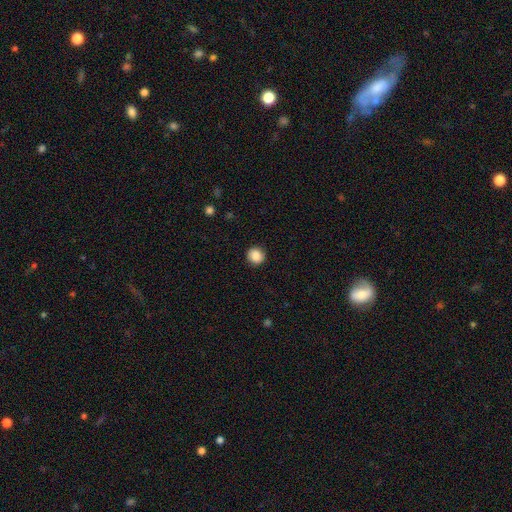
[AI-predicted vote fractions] Smooth or featured? smooth (88%)
How rounded? round (91%)
Merging? none (91%)